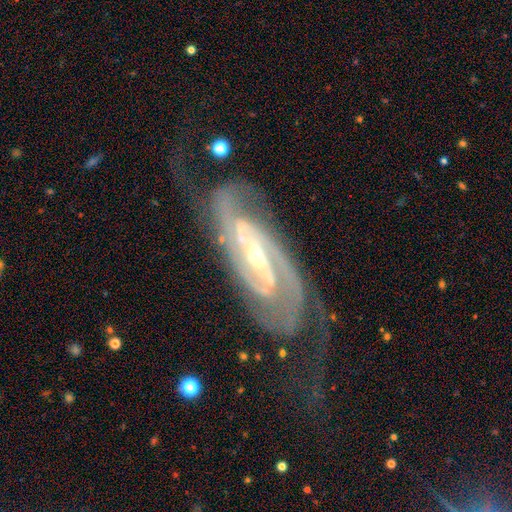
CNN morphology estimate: Smooth or featured?
  - featured or disk: 92% *
  - star or artifact: 5%
  - smooth: 3%
Edge-on disk?
  - no: 94% *
  - yes: 6%
Bar?
  - strong: 48% *
  - weak: 33%
  - no: 19%
Spiral arms?
  - yes: 98% *
  - no: 2%
Spiral winding?
  - tight: 51% *
  - medium: 39%
  - loose: 10%
Spiral arm count?
  - 2: 75% *
  - 3: 9%
  - can't tell: 7%
  - 4: 3%
  - 1: 3%
  - more than 4: 3%
Bulge size?
  - small: 60% *
  - moderate: 37%
  - large: 2%
  - none: 1%
  - dominant: 1%
Merging?
  - none: 60% *
  - minor disturbance: 20%
  - major disturbance: 17%
  - merger: 2%